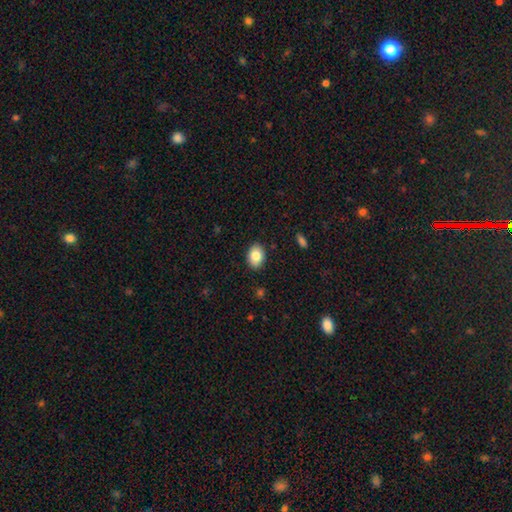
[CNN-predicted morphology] Smooth or featured: smooth — 85% (featured or disk — 8%)
How rounded: in between — 80% (round — 19%)
Merging: none — 88% (minor disturbance — 9%)